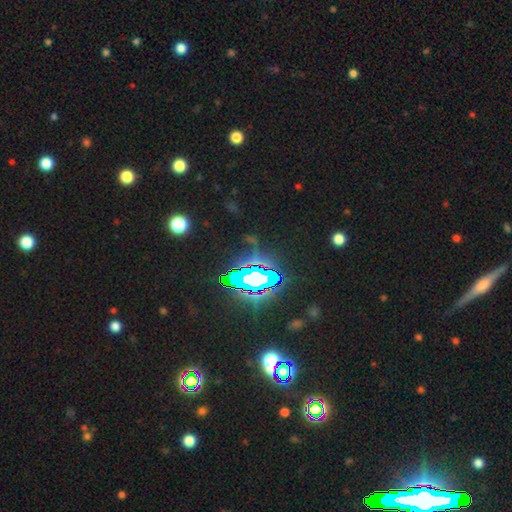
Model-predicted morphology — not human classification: Smooth or featured? Predicted: star or artifact (p=0.83).